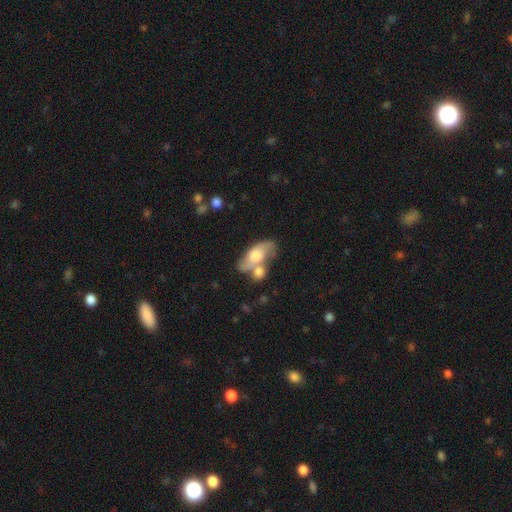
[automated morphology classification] This appears to be a featured or disk galaxy (50%). Merging: none (38%).